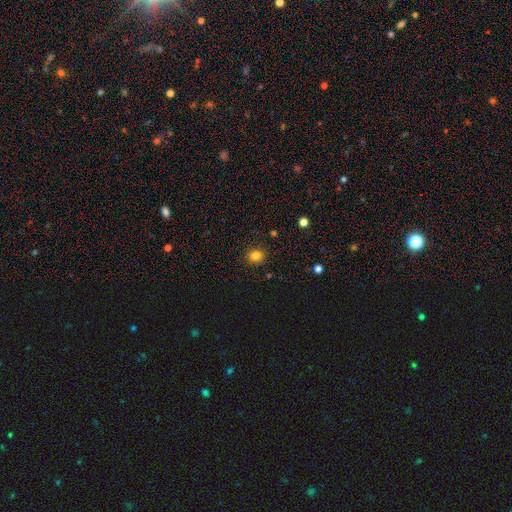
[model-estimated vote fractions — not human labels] Q: Smooth or featured?
A: smooth (82%); runner-up: star or artifact (13%)
Q: How rounded?
A: round (76%); runner-up: in between (23%)
Q: Merging?
A: none (90%); runner-up: minor disturbance (7%)